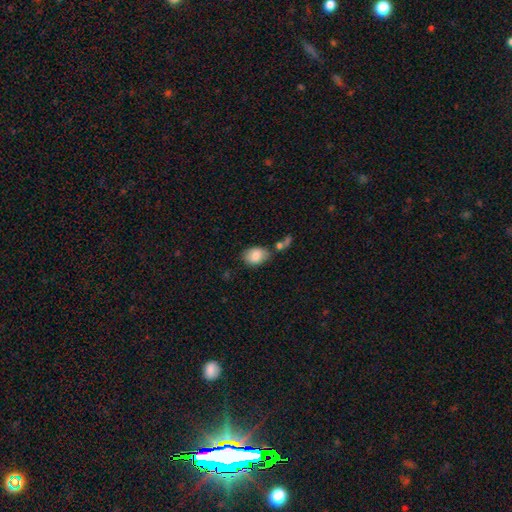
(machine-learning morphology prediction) Smooth or featured? smooth (84%)
How rounded? in between (76%)
Merging? none (60%)